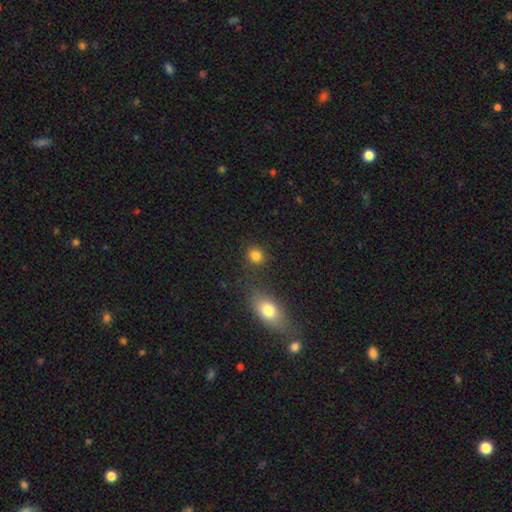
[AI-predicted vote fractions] Smooth or featured?
  - smooth: 83% *
  - star or artifact: 12%
  - featured or disk: 6%
How rounded?
  - round: 72% *
  - in between: 26%
  - cigar-shaped: 2%
Merging?
  - none: 78% *
  - minor disturbance: 10%
  - merger: 8%
  - major disturbance: 4%